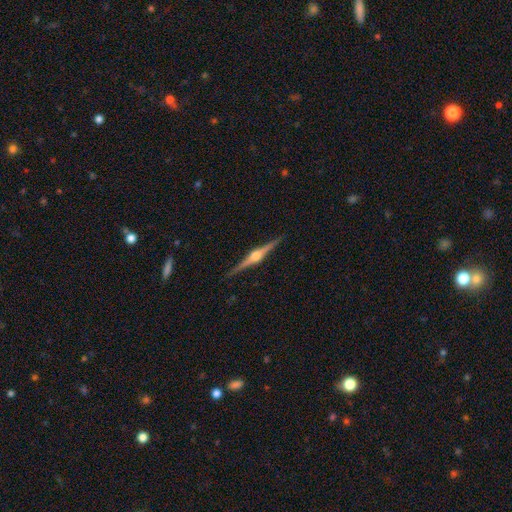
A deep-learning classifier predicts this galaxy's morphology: This is clearly a featured or disk galaxy (87%). It is clearly viewed edge-on (99%). Edge-on bulge: clearly rounded (95%). Merging: clearly none (91%).